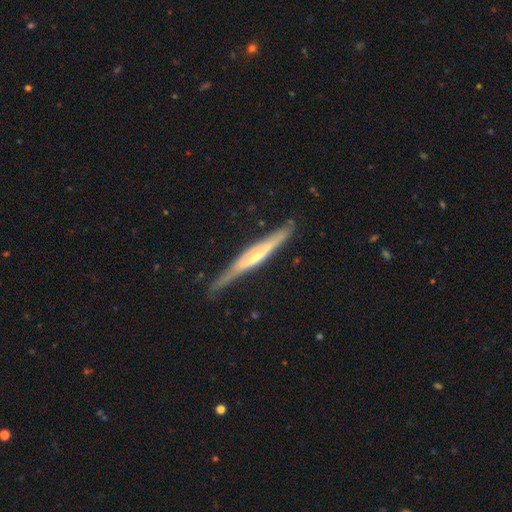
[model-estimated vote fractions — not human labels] A featured or disk galaxy (69%) viewed edge-on (95%) with a rounded central bulge (41%).

Vote fractions:
- Smooth or featured? featured or disk: 69% / smooth: 26% / star or artifact: 5%
- Edge-on disk? yes: 95% / no: 5%
- Edge-on bulge? rounded: 41% / none: 39% / boxy: 21%
- Merging? none: 78% / minor disturbance: 17% / major disturbance: 3% / merger: 2%